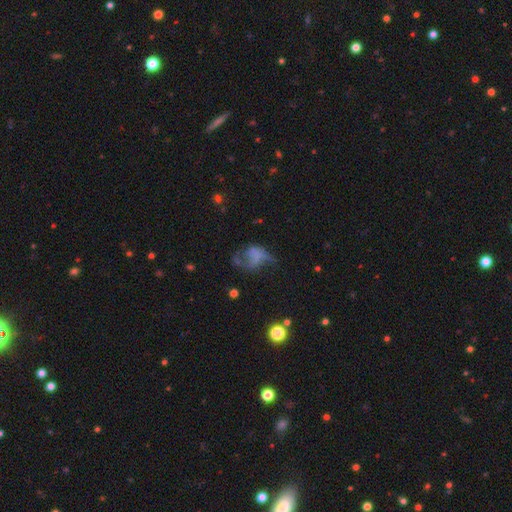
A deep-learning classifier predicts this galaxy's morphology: featured or disk 48%, smooth 38%, star or artifact 14%. Down the decision tree: merging — major disturbance (47%).